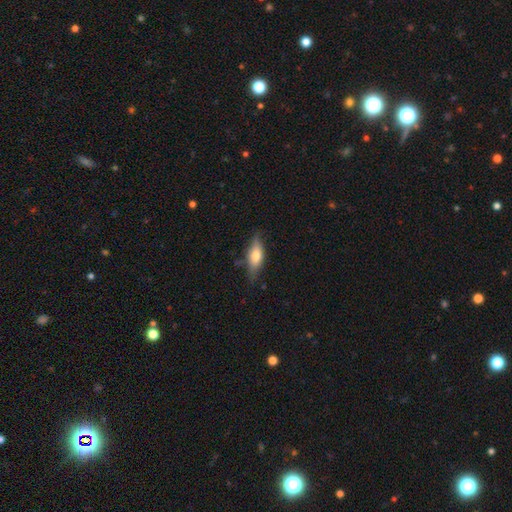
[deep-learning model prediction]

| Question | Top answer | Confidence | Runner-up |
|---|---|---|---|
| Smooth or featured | smooth | 62% | featured or disk (31%) |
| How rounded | in between | 71% | cigar-shaped (26%) |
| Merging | none | 69% | minor disturbance (24%) |